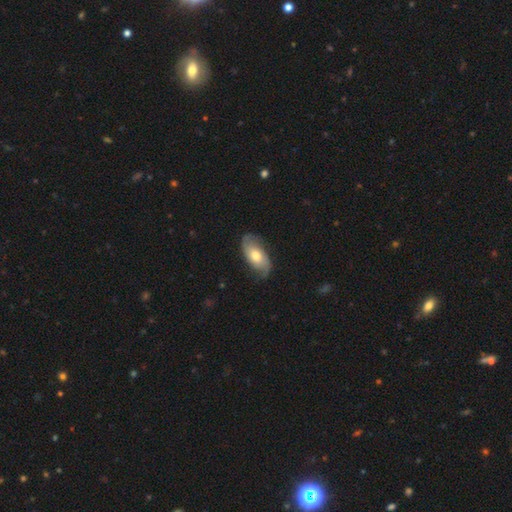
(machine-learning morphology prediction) Smooth or featured? featured or disk (62%)
Edge-on disk? no (93%)
Bar? no (72%)
Spiral arms? yes (87%)
Bulge size? moderate (70%)
Merging? none (73%)